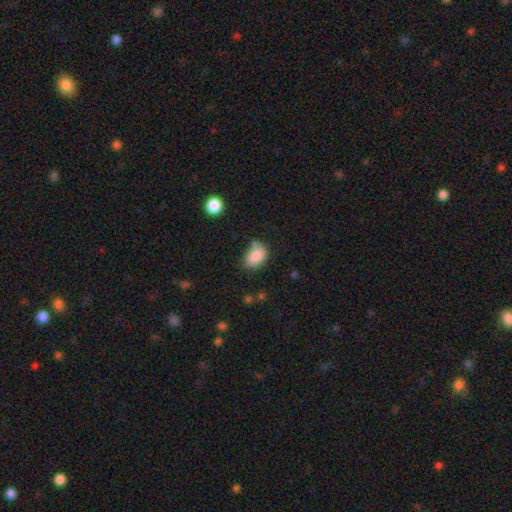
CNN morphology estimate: type=smooth (85%); roundness=in between (81%); merging=none (56%).